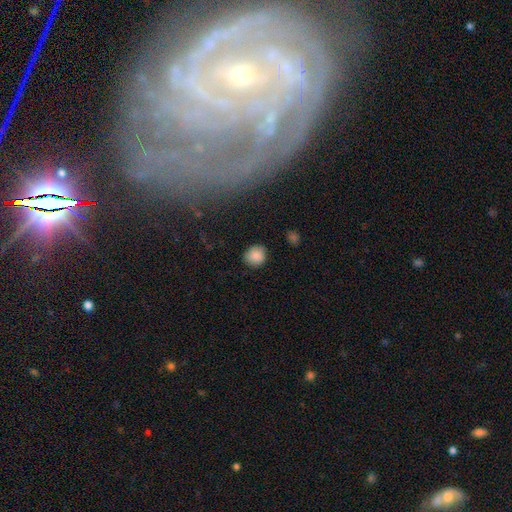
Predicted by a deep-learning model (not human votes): smooth 85%, star or artifact 9%, featured or disk 6%. Down the decision tree: how rounded — round (86%); merging — none (82%).